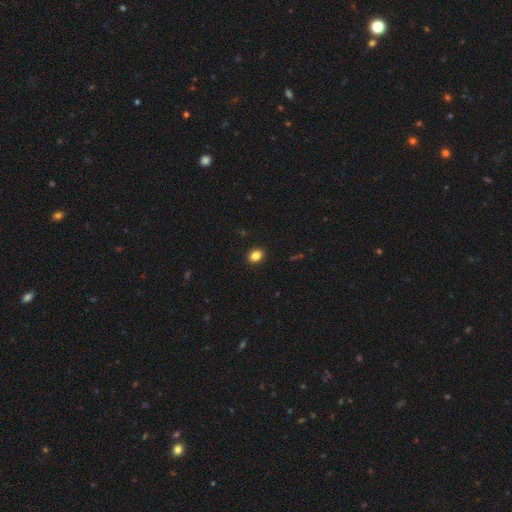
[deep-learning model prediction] Overall: smooth (85%). How rounded: in between (54%; round 45%). Merging: none (91%).